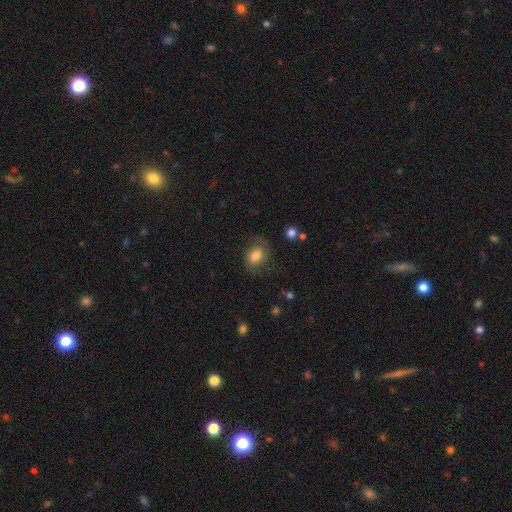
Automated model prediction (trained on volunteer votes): Morphology: type=smooth (66%); roundness=in between (64%); merging=none (64%).